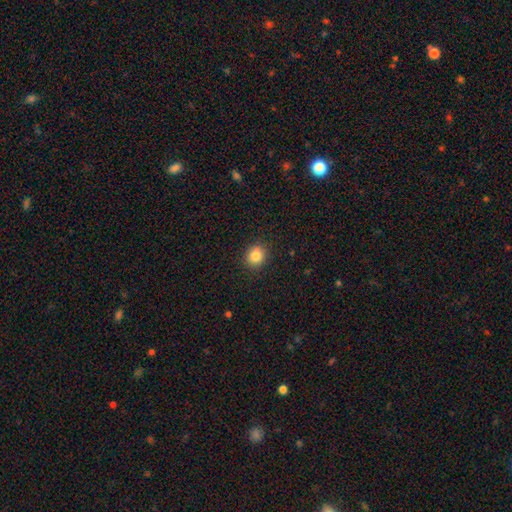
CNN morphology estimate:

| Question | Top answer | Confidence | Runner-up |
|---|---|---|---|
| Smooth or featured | smooth | 84% | star or artifact (10%) |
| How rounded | round | 78% | in between (22%) |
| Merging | none | 89% | minor disturbance (8%) |